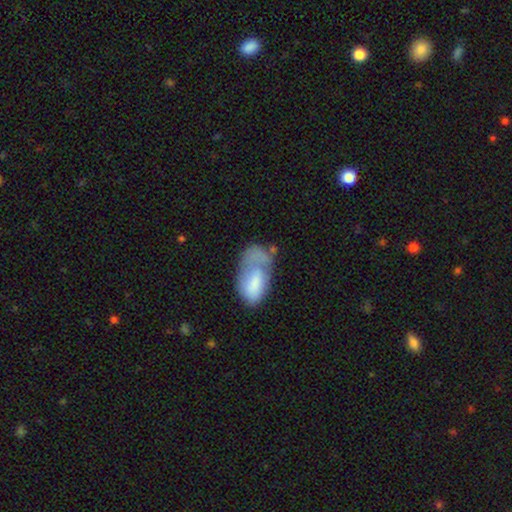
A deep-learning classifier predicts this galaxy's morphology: A smooth galaxy with no disk features (65%) that is in between round and cigar-shaped (92%). Merging: major disturbance (38%).